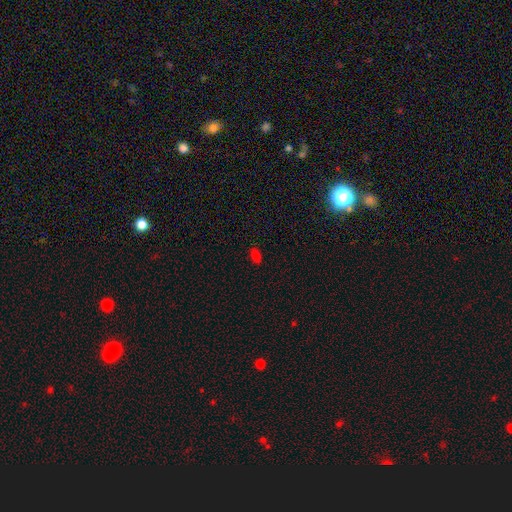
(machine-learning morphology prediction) type=smooth (77%); roundness=in between (90%); merging=none (87%).